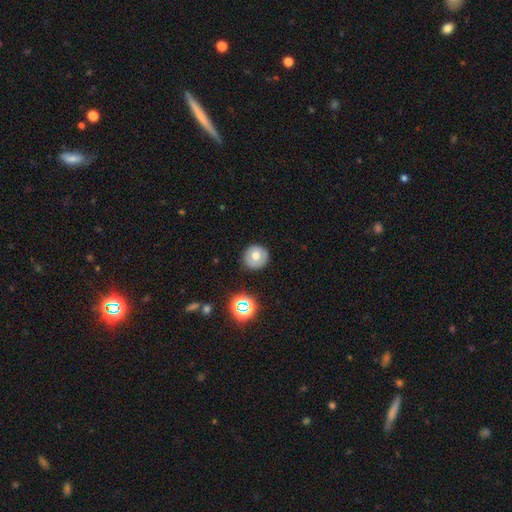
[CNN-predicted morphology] Overall: smooth (66%). How rounded: round (92%). Merging: none (88%).